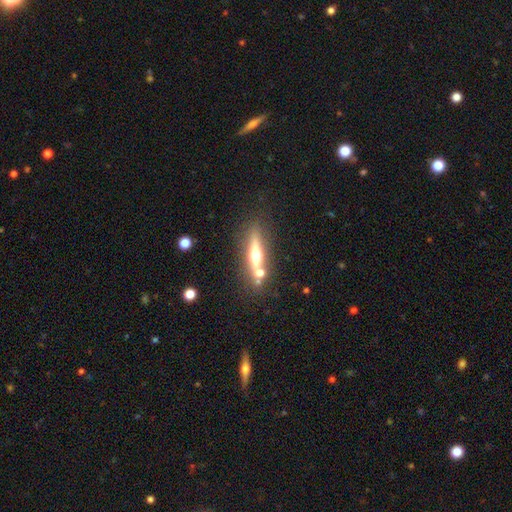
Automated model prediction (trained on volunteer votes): A featured or disk galaxy (61%) viewed edge-on (89%) with a rounded central bulge (94%).

Vote fractions:
- Smooth or featured? featured or disk: 61% / smooth: 30% / star or artifact: 9%
- Edge-on disk? yes: 89% / no: 11%
- Edge-on bulge? rounded: 94% / boxy: 3% / none: 3%
- Merging? none: 67% / merger: 16% / minor disturbance: 12% / major disturbance: 5%